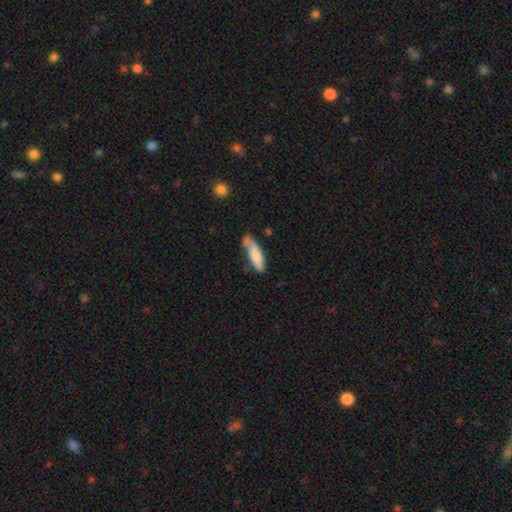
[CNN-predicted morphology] Smooth or featured: smooth — 77% (featured or disk — 17%)
How rounded: cigar-shaped — 60% (in between — 39%)
Merging: none — 53% (minor disturbance — 30%)